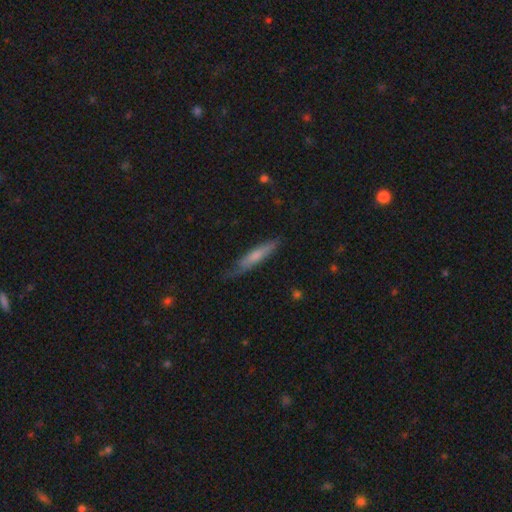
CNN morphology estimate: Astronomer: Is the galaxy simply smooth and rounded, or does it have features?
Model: smooth — 62%.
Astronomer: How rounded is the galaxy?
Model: cigar-shaped — 87%.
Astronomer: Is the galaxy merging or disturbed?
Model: none — 68%.